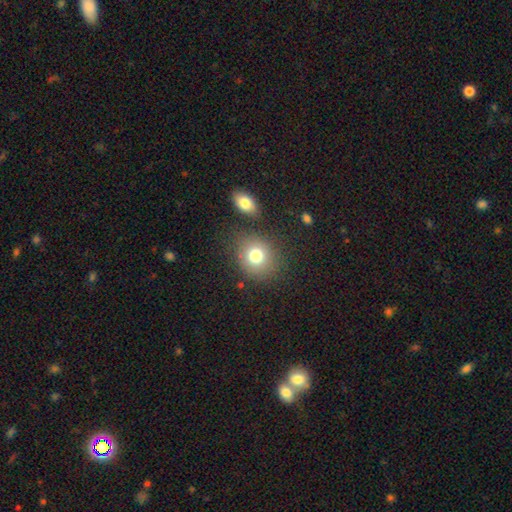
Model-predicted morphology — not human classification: The model was most divided on "how rounded": round: 71%, in between: 28%, cigar-shaped: 1%. More confident: smooth or featured — smooth (78%); merging — none (75%).